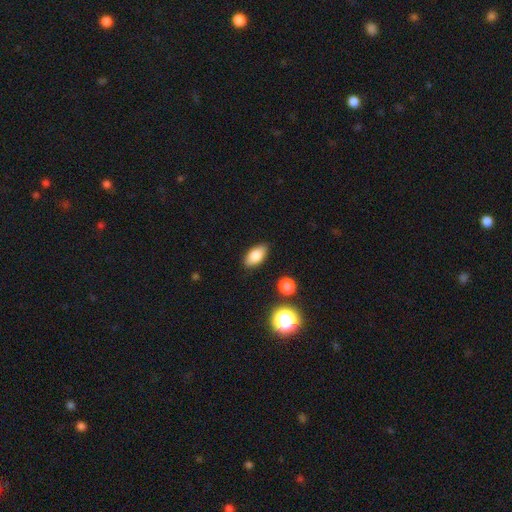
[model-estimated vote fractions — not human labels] Morphology: type=smooth (78%); roundness=in between (88%); merging=none (86%).